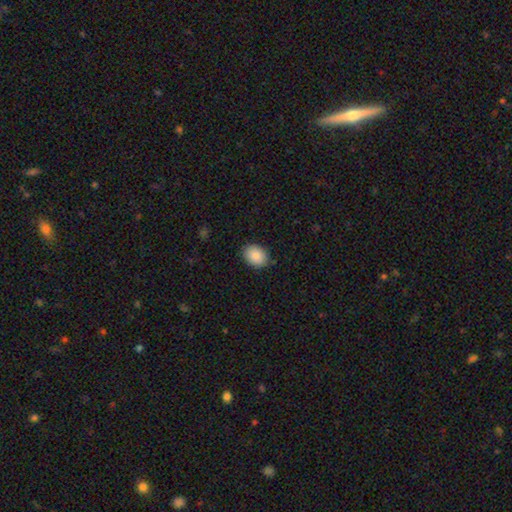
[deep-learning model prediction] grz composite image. It shows a smooth galaxy with no disk features (88%) that is in between round and cigar-shaped (61%). Merging: none (87%).